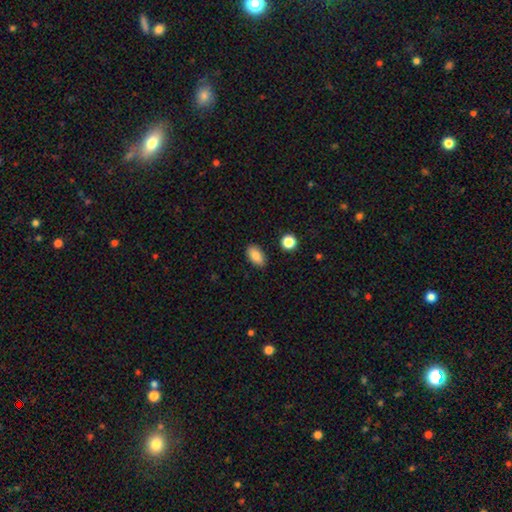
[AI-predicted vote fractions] Overall: smooth (87%). How rounded: in between (91%). Merging: none (88%).